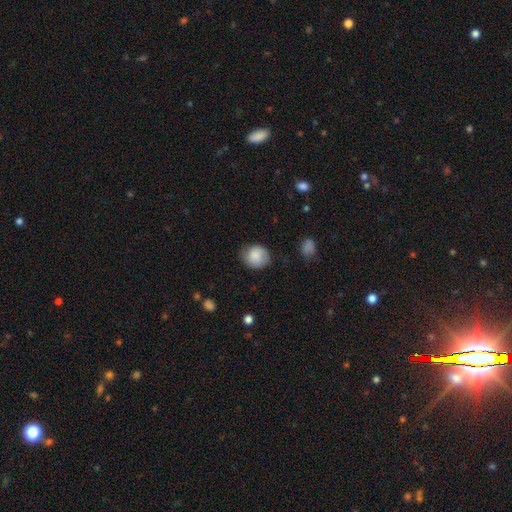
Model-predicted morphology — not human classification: A smooth galaxy with no disk features (85%) that is round (77%).

Vote fractions:
- Smooth or featured? smooth: 85% / featured or disk: 8% / star or artifact: 7%
- How rounded? round: 77% / in between: 22% / cigar-shaped: 1%
- Merging? none: 74% / minor disturbance: 20% / major disturbance: 5% / merger: 1%